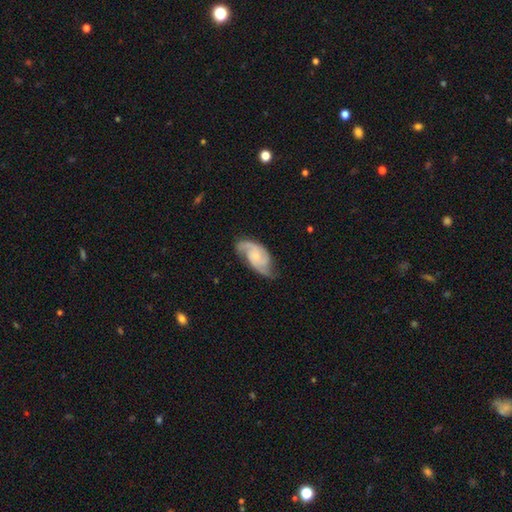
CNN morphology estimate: smooth_or_featured: featured or disk (p=0.84) [alt: smooth p=0.12]
disk_edge_on: no (p=0.97) [alt: yes p=0.03]
bar: no (p=0.66) [alt: weak p=0.29]
has_spiral_arms: yes (p=0.97) [alt: no p=0.03]
spiral_winding: medium (p=0.49) [alt: tight p=0.29]
spiral_arm_count: 2 (p=0.72) [alt: 3 p=0.16]
bulge_size: small (p=0.62) [alt: moderate p=0.27]
merging: none (p=0.66) [alt: minor disturbance p=0.24]